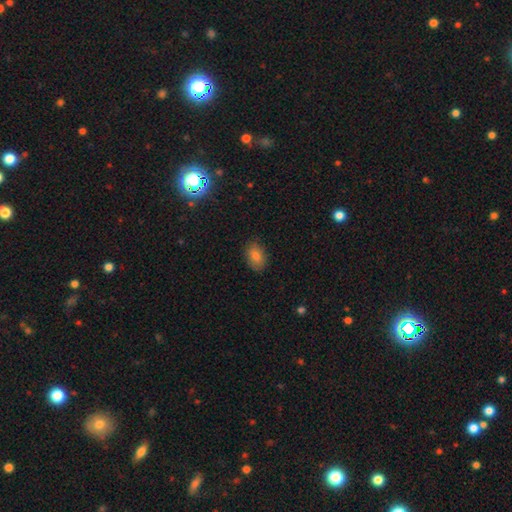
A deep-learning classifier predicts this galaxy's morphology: This appears to be a smooth galaxy with no disk features (78%) that is in between round and cigar-shaped (85%). Merging: none (84%).